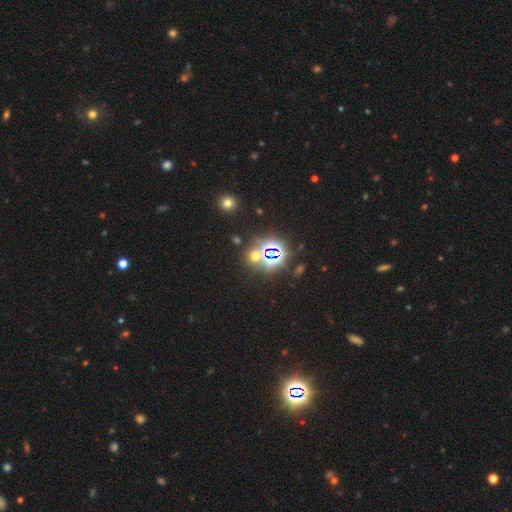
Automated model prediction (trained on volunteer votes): smooth_or_featured: star or artifact (p=0.60) [alt: smooth p=0.32]